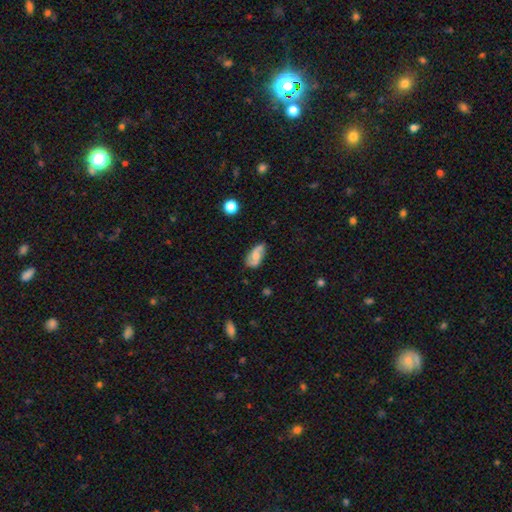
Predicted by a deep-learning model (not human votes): Morphology: type=featured or disk (56%); edge-on=no (95%); bar=no (56%); spiral arms=yes (88%); bulge=moderate (49%); merging=none (69%).